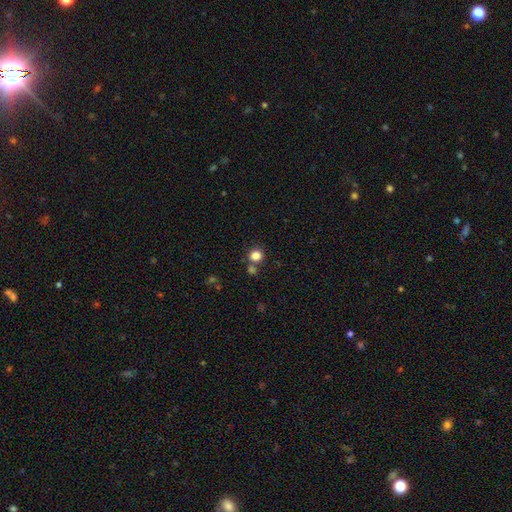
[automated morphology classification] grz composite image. It shows a smooth galaxy with no disk features (82%) that is round (84%). Merging: none (69%).